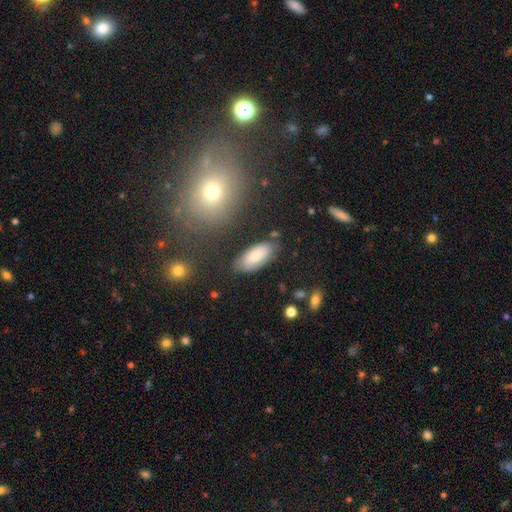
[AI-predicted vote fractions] Smooth or featured? Predicted: smooth (p=0.77). How rounded? Predicted: in between (p=0.88). Merging? Predicted: none (p=0.77).